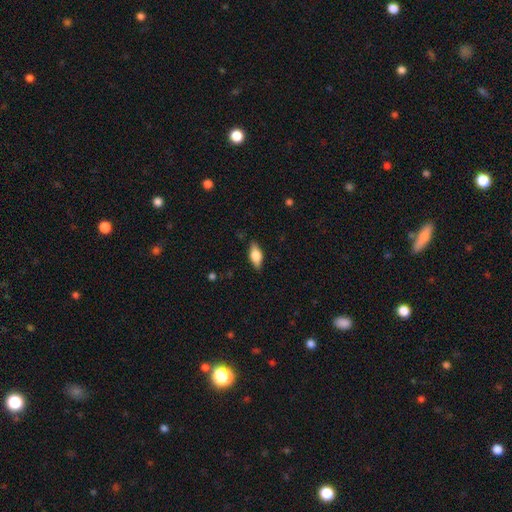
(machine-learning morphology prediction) This appears to be a smooth galaxy with no disk features (66%) that is in between round and cigar-shaped (82%). Merging: none (85%).